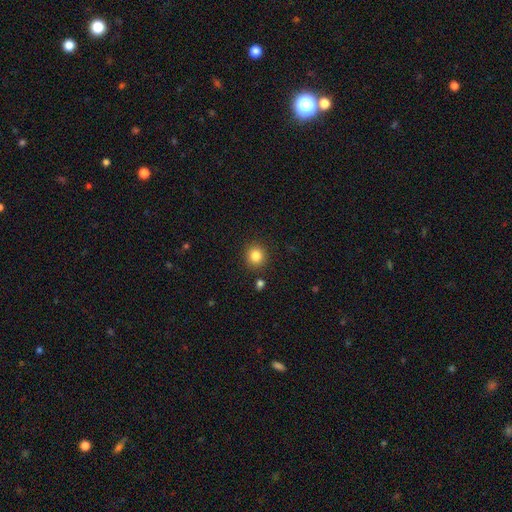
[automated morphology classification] smooth-or-featured: smooth: 84% | star or artifact: 11% | featured or disk: 5%
  how-rounded: round: 89% | in between: 10% | cigar-shaped: 1%
  merging: none: 88% | minor disturbance: 7% | merger: 3% | major disturbance: 2%